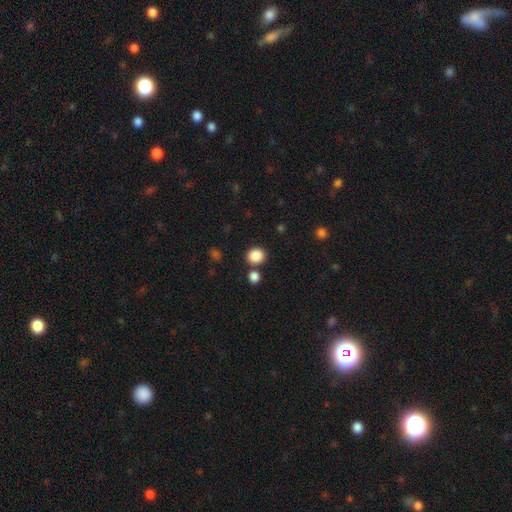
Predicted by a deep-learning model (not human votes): Overall: smooth (86%). How rounded: round (83%). Merging: none (78%).